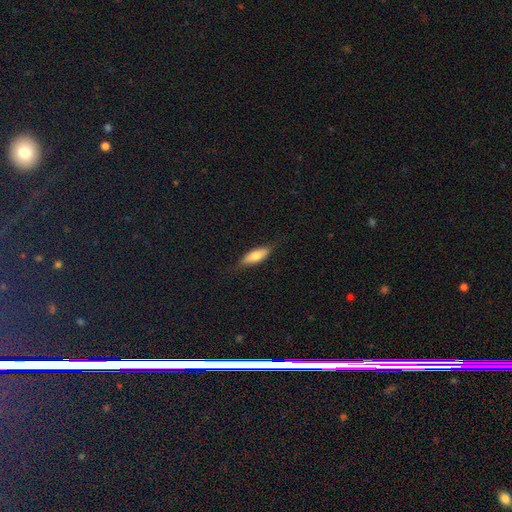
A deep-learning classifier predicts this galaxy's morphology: smooth_or_featured: smooth (p=0.69) [alt: featured or disk p=0.25]
how_rounded: in between (p=0.64) [alt: cigar-shaped p=0.34]
merging: none (p=0.79) [alt: minor disturbance p=0.17]